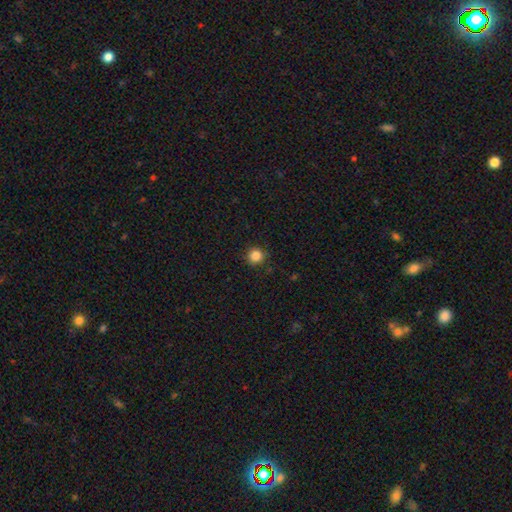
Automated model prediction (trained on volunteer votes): A smooth galaxy with no disk features (85%) that is round (94%).

Vote fractions:
- Smooth or featured? smooth: 85% / star or artifact: 11% / featured or disk: 4%
- How rounded? round: 94% / in between: 5% / cigar-shaped: 1%
- Merging? none: 89% / minor disturbance: 8% / major disturbance: 2% / merger: 1%